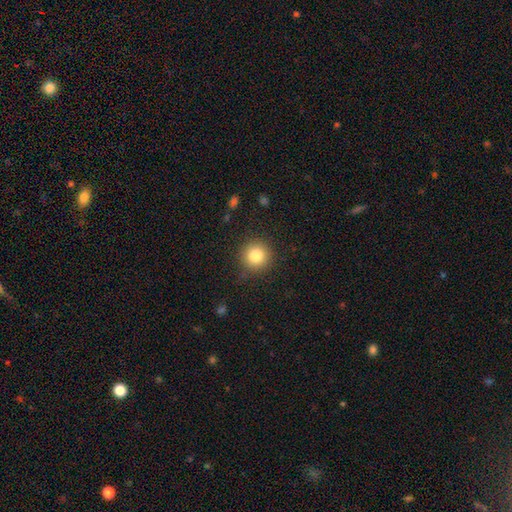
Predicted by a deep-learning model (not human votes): Smooth or featured? smooth (83%)
How rounded? round (94%)
Merging? none (87%)